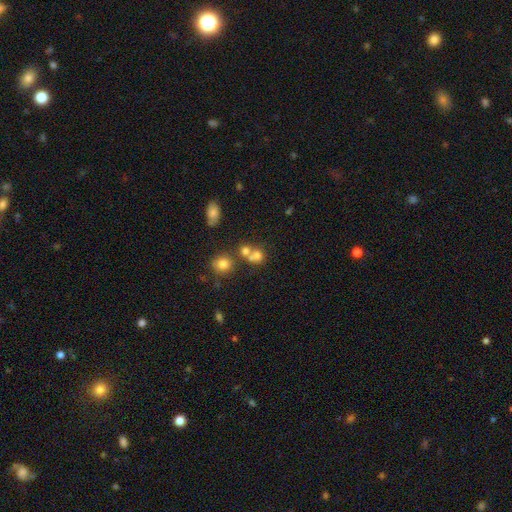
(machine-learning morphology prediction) This is likely a smooth galaxy (68%). How rounded: likely round (75%). Merging: possibly merger (49%).